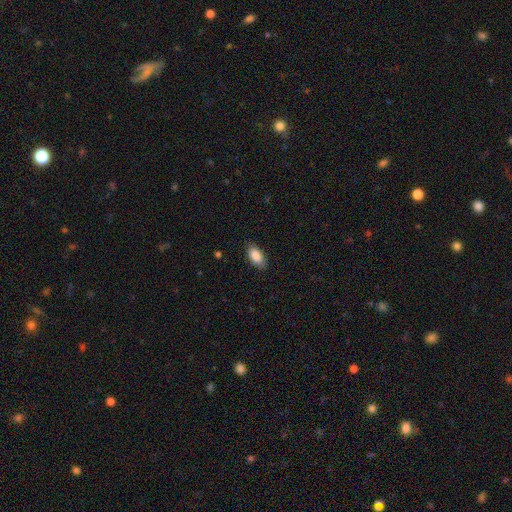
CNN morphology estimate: A smooth galaxy with no disk features (88%) that is in between round and cigar-shaped (93%). Merging: none (84%).